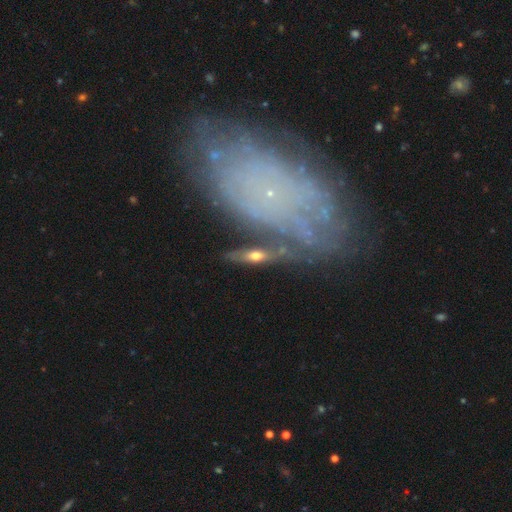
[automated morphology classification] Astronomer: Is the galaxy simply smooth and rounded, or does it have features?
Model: featured or disk — 49% (runner-up: smooth, 41%).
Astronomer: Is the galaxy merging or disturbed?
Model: none — 58%.